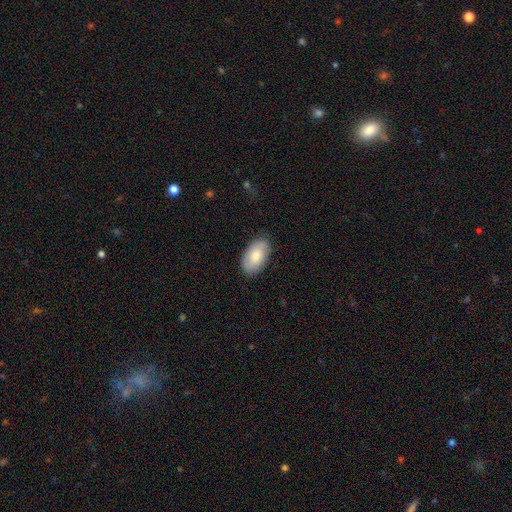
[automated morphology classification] This appears to be a smooth galaxy with no disk features (80%) that is in between round and cigar-shaped (95%). Merging: none (85%).